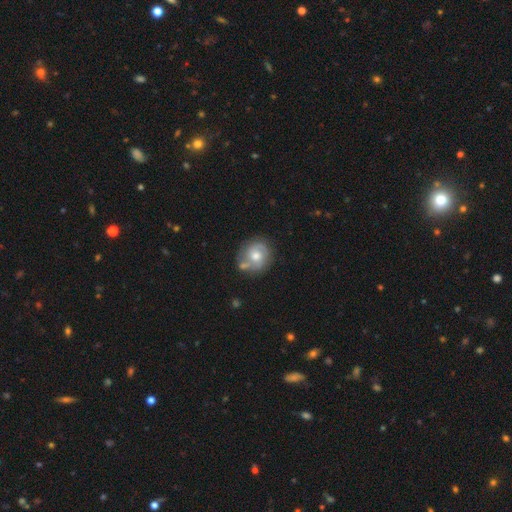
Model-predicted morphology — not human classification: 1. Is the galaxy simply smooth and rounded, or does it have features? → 61% featured or disk, 32% smooth, 7% star or artifact.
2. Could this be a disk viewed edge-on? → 97% no, 3% yes.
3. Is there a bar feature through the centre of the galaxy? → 67% no, 28% weak, 5% strong.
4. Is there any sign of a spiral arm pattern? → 83% yes, 17% no.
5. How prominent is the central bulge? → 71% moderate, 16% small, 10% large, 2% none, 1% dominant.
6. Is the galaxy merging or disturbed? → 62% none, 19% minor disturbance, 13% merger, 6% major disturbance.